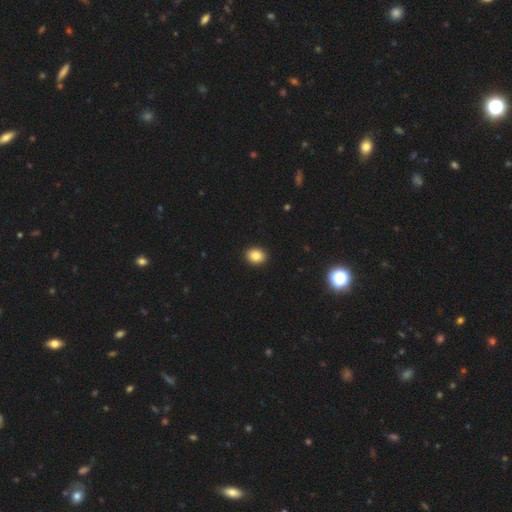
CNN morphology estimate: Smooth or featured? smooth (85%)
How rounded? round (53%)
Merging? none (92%)